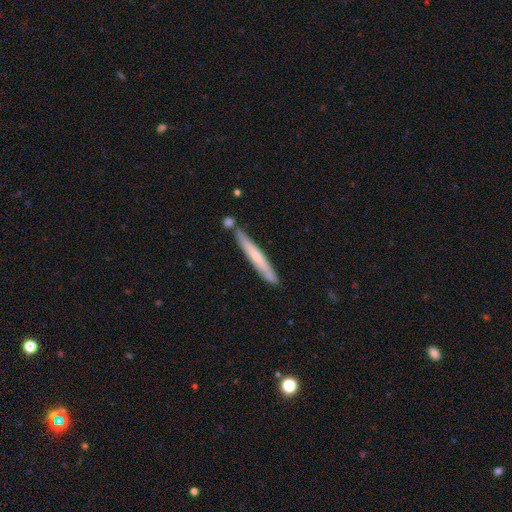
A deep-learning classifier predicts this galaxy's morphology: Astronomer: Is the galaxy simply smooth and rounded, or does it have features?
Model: smooth — 51% (runner-up: featured or disk, 44%).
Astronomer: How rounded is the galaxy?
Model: cigar-shaped — 95%.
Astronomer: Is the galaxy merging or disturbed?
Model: none — 77%.